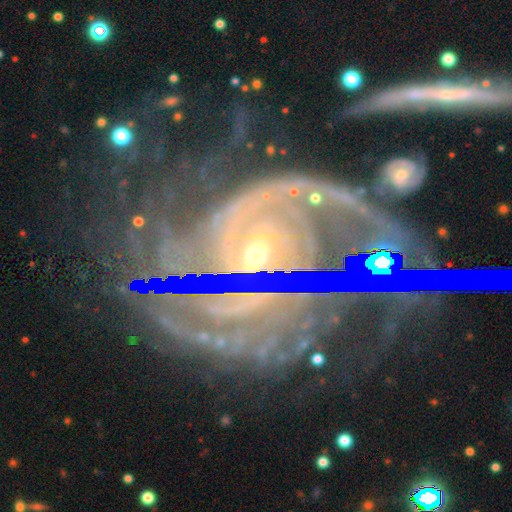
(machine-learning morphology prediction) A featured or disk galaxy (78%) with a strong bar (39%), 2 (40%) medium (40%) spiral arms (88%) and a small central bulge (62%).

Vote fractions:
- Smooth or featured? featured or disk: 78% / star or artifact: 16% / smooth: 5%
- Edge-on disk? no: 91% / yes: 9%
- Bar? strong: 39% / no: 33% / weak: 28%
- Spiral arms? yes: 88% / no: 12%
- Spiral winding? medium: 40% / loose: 31% / tight: 29%
- Spiral arm count? 2: 40% / can't tell: 23% / 3: 13% / 1: 9% / 4: 8% / more than 4: 7%
- Bulge size? small: 62% / moderate: 24% / none: 9% / large: 3% / dominant: 2%
- Merging? none: 37% / major disturbance: 35% / minor disturbance: 16% / merger: 12%